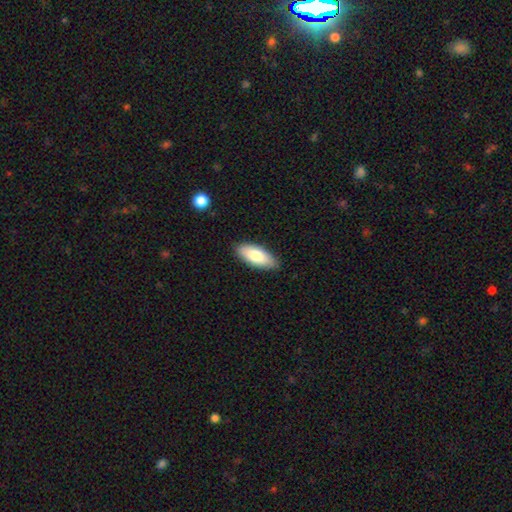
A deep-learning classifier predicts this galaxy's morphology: Smooth or featured: smooth — 79% (featured or disk — 15%)
How rounded: in between — 85% (cigar-shaped — 13%)
Merging: none — 86% (minor disturbance — 11%)